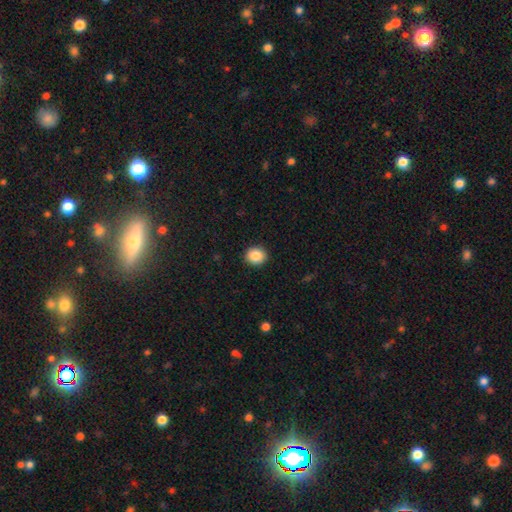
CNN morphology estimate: The model was most divided on "how rounded": round: 80%, in between: 19%, cigar-shaped: 1%. More confident: merging — none (92%); smooth or featured — smooth (87%).